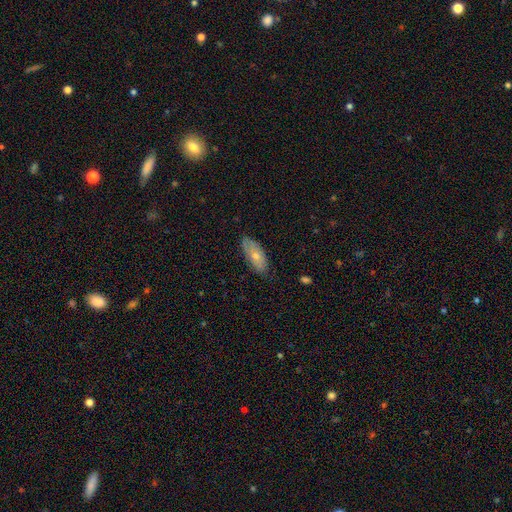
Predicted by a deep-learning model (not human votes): smooth_or_featured: smooth (p=0.63) [alt: featured or disk p=0.31]
how_rounded: in between (p=0.82) [alt: cigar-shaped p=0.15]
merging: none (p=0.76) [alt: minor disturbance p=0.19]